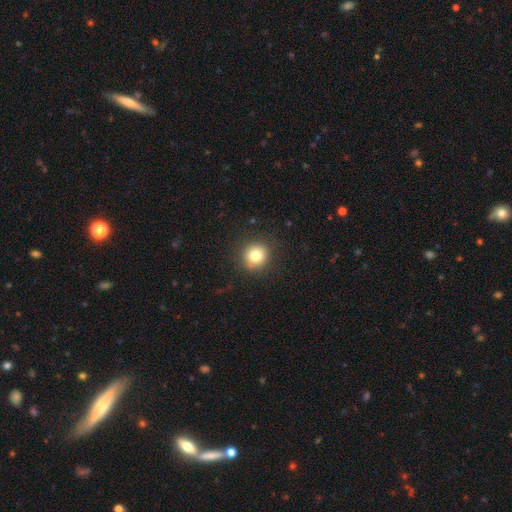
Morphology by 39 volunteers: Q: Smooth or featured?
A: smooth (82%); runner-up: featured or disk (10%)
Q: How rounded?
A: round (97%); runner-up: in between (3%)
Q: Merging?
A: none (97%); runner-up: minor disturbance (3%)